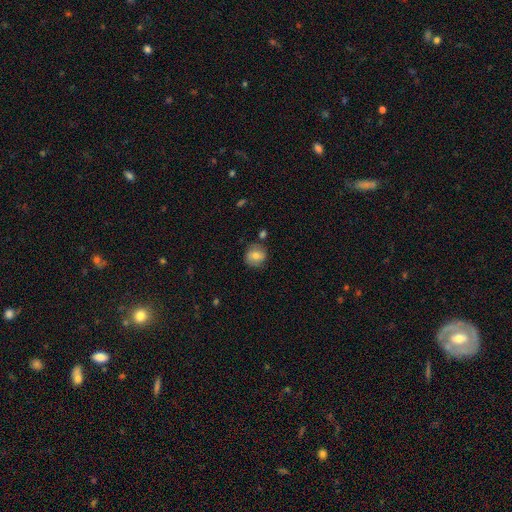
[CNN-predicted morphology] The model was most divided on "smooth or featured": smooth: 68%, featured or disk: 23%, star or artifact: 9%. More confident: how rounded — round (85%); merging — none (76%).